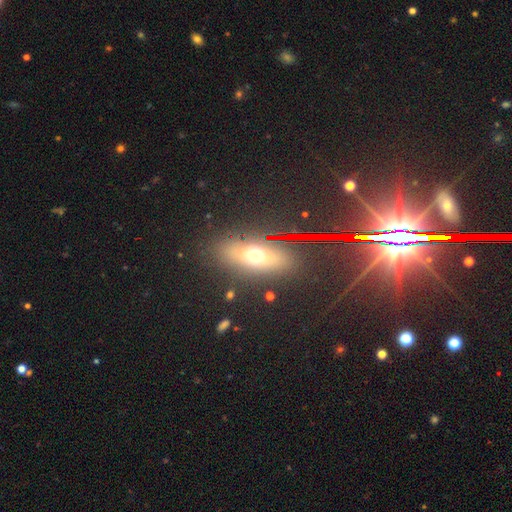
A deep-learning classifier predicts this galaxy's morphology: Overall: smooth (55%; featured or disk 24%). How rounded: in between (65%). Merging: none (83%).